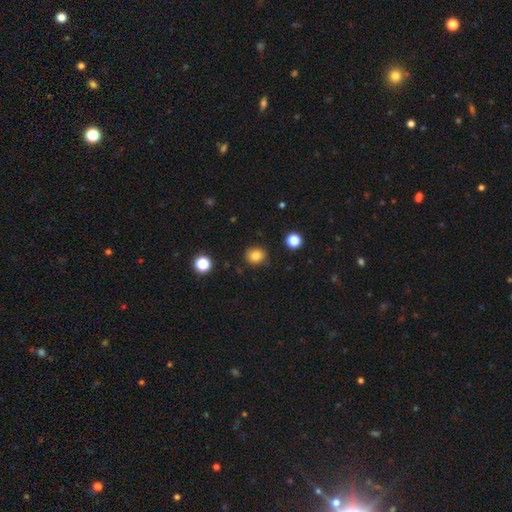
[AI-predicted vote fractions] Q: Smooth or featured?
A: smooth (82%); runner-up: star or artifact (12%)
Q: How rounded?
A: round (77%); runner-up: in between (22%)
Q: Merging?
A: none (86%); runner-up: minor disturbance (10%)